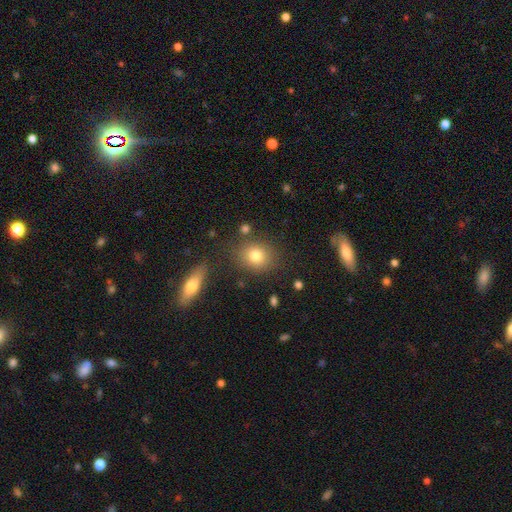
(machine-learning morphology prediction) This appears to be a smooth galaxy with no disk features (79%) that is round (71%). Merging: none (81%).